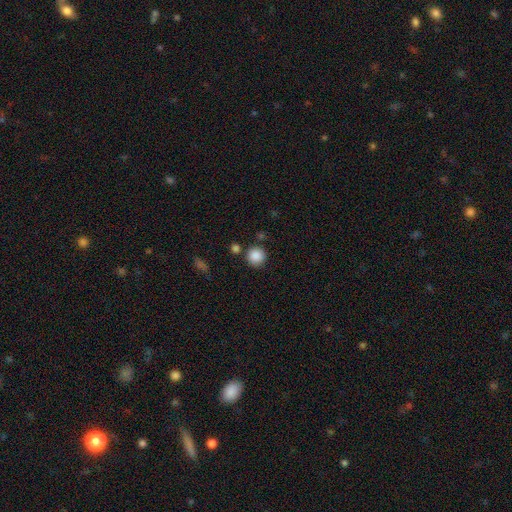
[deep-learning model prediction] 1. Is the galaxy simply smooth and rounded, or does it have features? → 87% smooth, 9% star or artifact, 3% featured or disk.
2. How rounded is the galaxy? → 93% round, 6% in between, 1% cigar-shaped.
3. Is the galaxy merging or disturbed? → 82% none, 8% minor disturbance, 7% merger, 3% major disturbance.